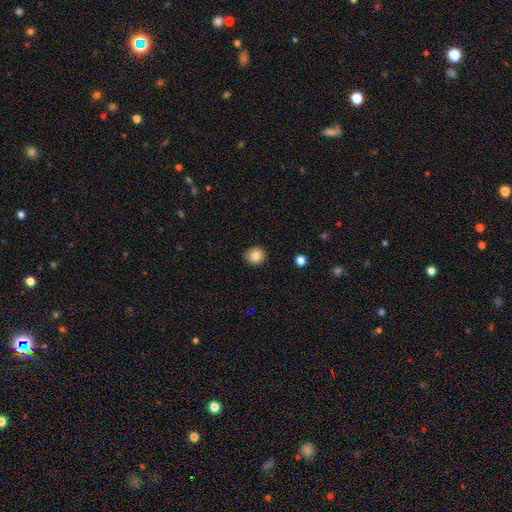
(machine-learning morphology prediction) smooth-or-featured: smooth: 83% | star or artifact: 10% | featured or disk: 7%
  how-rounded: round: 89% | in between: 10% | cigar-shaped: 1%
  merging: none: 89% | minor disturbance: 9% | major disturbance: 2% | merger: 1%